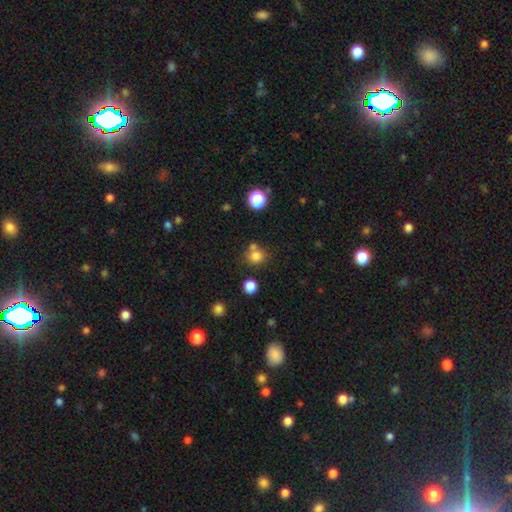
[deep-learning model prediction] smooth 79%, star or artifact 14%, featured or disk 7%. Down the decision tree: how rounded — round (86%); merging — none (64%).